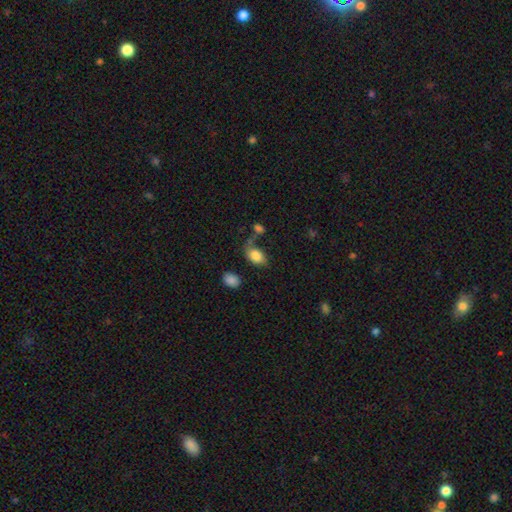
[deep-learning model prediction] This appears to be a smooth galaxy with no disk features (82%) that is in between round and cigar-shaped (87%). Merging: none (48%).